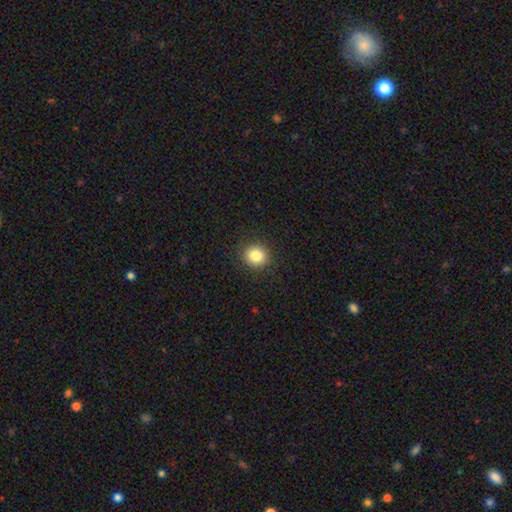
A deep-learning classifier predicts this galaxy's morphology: Overall: smooth (84%). How rounded: round (85%). Merging: none (90%).